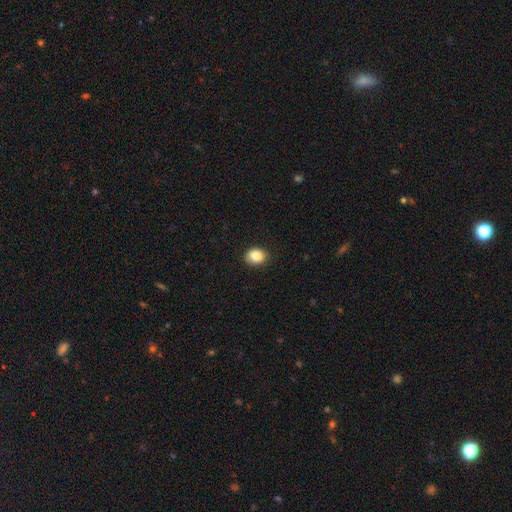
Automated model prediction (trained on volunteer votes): Smooth or featured? smooth (87%)
How rounded? round (52%)
Merging? none (87%)